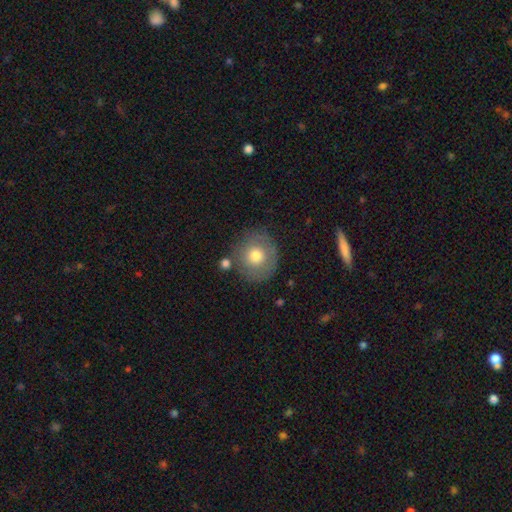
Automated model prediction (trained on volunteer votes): The model was most divided on "smooth or featured": smooth: 70%, featured or disk: 22%, star or artifact: 8%. More confident: how rounded — round (90%); merging — none (76%).